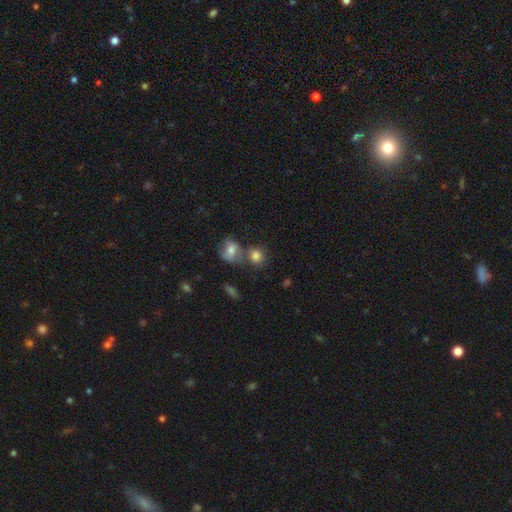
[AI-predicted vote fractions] smooth-or-featured: smooth: 81% | star or artifact: 10% | featured or disk: 9%
  how-rounded: round: 80% | in between: 19% | cigar-shaped: 1%
  merging: none: 51% | merger: 33% | minor disturbance: 11% | major disturbance: 5%